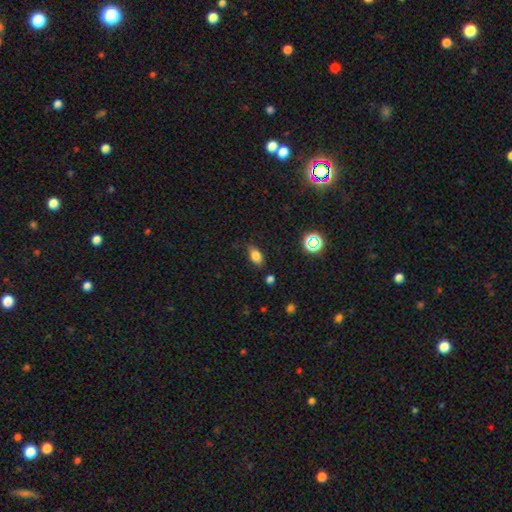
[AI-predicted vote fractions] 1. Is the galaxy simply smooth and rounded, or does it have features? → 76% smooth, 13% star or artifact, 10% featured or disk.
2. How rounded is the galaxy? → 85% in between, 8% round, 7% cigar-shaped.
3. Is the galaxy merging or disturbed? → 79% none, 15% minor disturbance, 3% major disturbance, 2% merger.